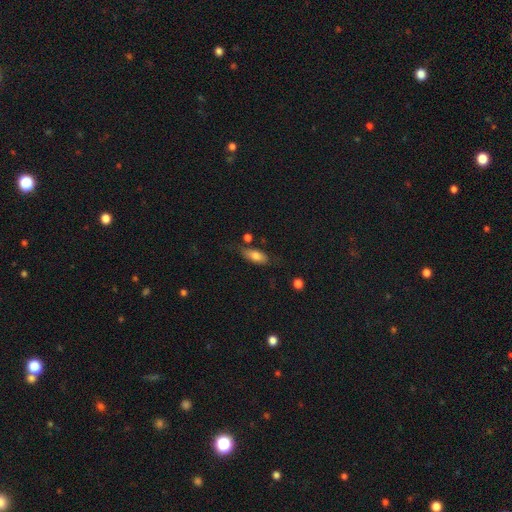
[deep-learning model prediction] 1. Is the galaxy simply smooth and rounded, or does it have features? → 74% smooth, 18% featured or disk, 8% star or artifact.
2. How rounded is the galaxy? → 78% in between, 19% cigar-shaped, 3% round.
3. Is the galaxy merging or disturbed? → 70% none, 20% minor disturbance, 5% major disturbance, 5% merger.